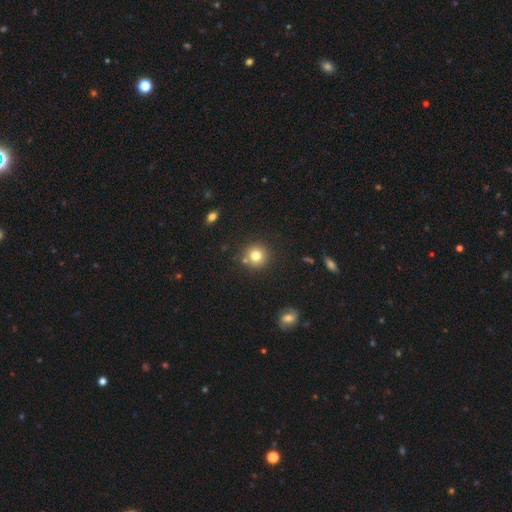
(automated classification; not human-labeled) This is likely a smooth galaxy (79%). How rounded: clearly round (93%). Merging: clearly none (80%).